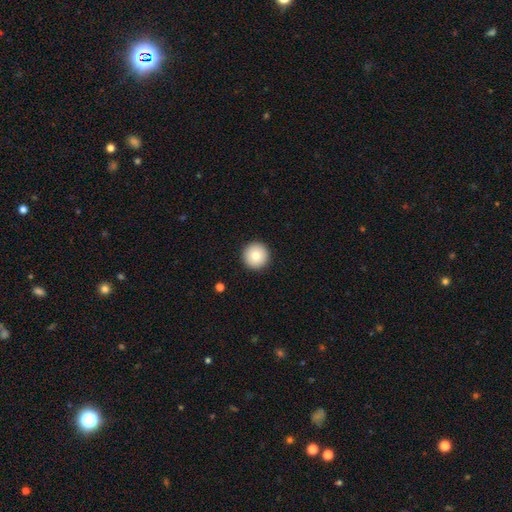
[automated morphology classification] Overall: smooth (82%). How rounded: round (97%). Merging: none (93%).